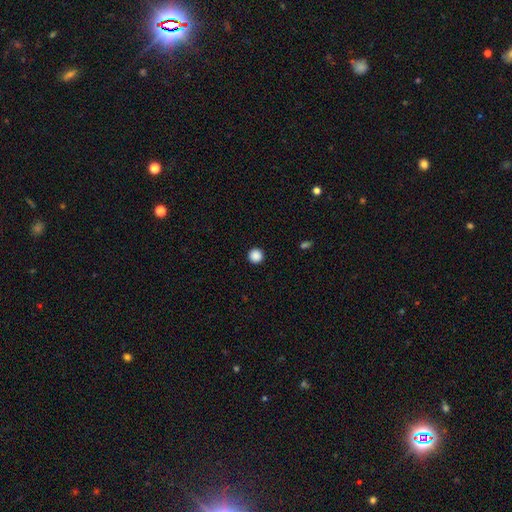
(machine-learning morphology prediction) Smooth or featured? Predicted: smooth (p=0.88). How rounded? Predicted: round (p=0.96). Merging? Predicted: none (p=0.93).